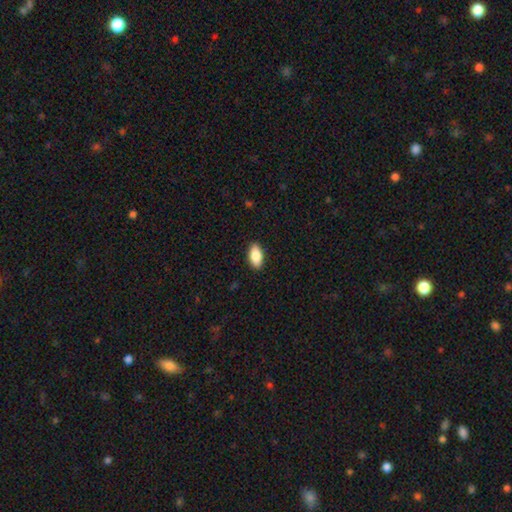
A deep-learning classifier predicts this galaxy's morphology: Smooth or featured? smooth (86%)
How rounded? in between (92%)
Merging? none (90%)